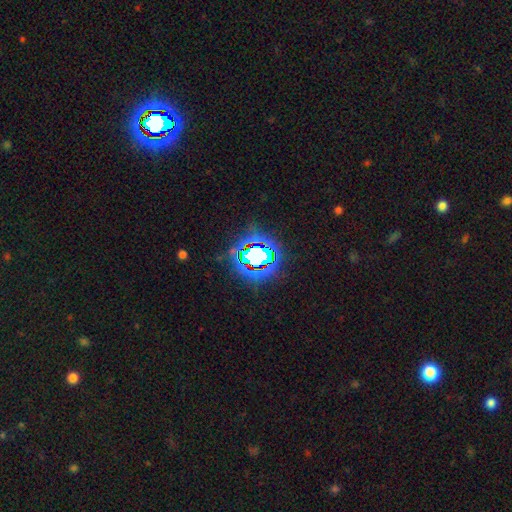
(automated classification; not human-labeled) A star or artifact, not a galaxy (70%).